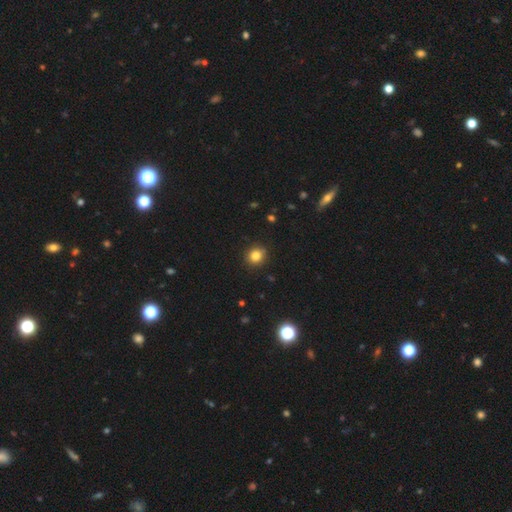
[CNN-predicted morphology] A smooth galaxy with no disk features (82%) that is round (87%).

Vote fractions:
- Smooth or featured? smooth: 82% / star or artifact: 13% / featured or disk: 5%
- How rounded? round: 87% / in between: 12% / cigar-shaped: 1%
- Merging? none: 89% / minor disturbance: 7% / major disturbance: 2% / merger: 1%